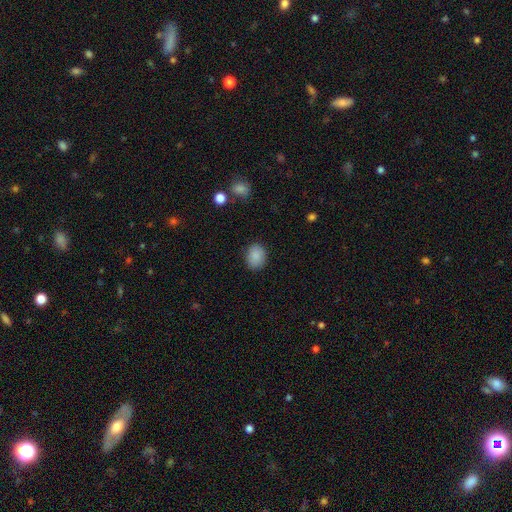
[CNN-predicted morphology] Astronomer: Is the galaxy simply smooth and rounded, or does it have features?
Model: smooth — 88%.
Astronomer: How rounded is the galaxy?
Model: in between — 54% (runner-up: round, 45%).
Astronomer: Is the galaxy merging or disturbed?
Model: none — 86%.